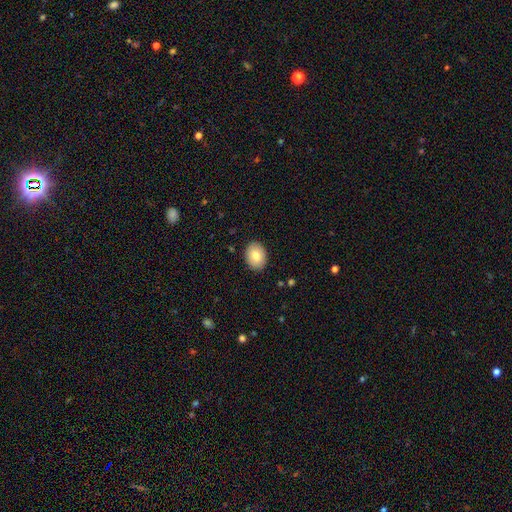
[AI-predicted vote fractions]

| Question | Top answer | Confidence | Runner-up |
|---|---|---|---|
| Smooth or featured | smooth | 81% | featured or disk (12%) |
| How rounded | in between | 65% | round (34%) |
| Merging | none | 89% | minor disturbance (8%) |